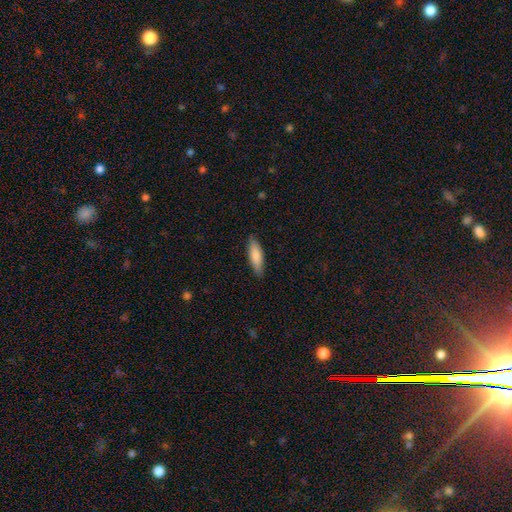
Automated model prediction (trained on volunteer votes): A smooth galaxy with no disk features (82%) that is cigar-shaped (57%). Merging: none (87%).